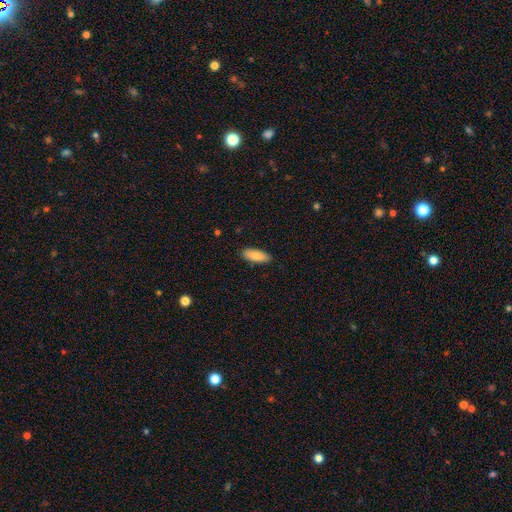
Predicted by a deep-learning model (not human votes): Smooth or featured? smooth (83%)
How rounded? in between (69%)
Merging? none (89%)